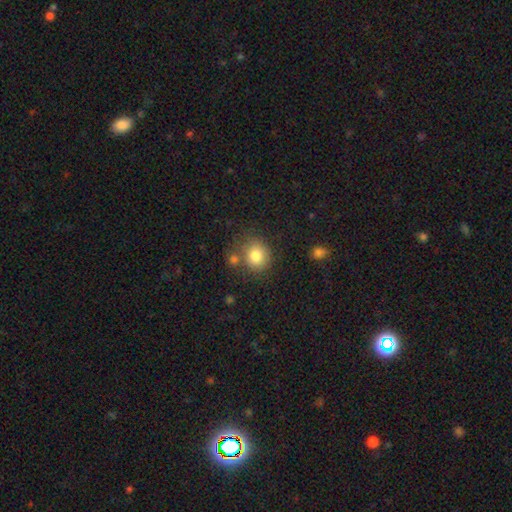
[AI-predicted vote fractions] smooth 83%, star or artifact 10%, featured or disk 7%. Down the decision tree: how rounded — round (80%); merging — none (69%).